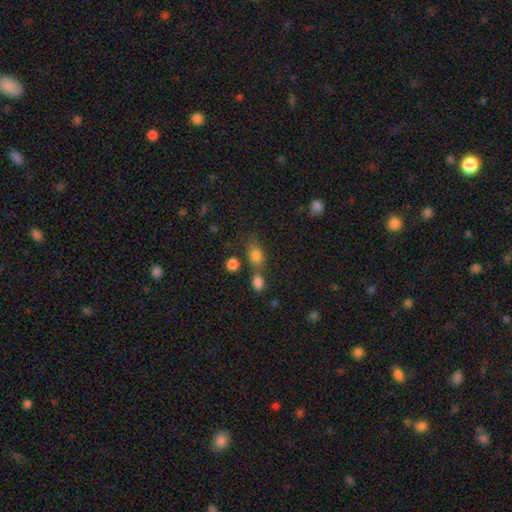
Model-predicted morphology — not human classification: smooth_or_featured: smooth (p=0.80) [alt: star or artifact p=0.11]
how_rounded: in between (p=0.72) [alt: round p=0.25]
merging: none (p=0.50) [alt: merger p=0.28]